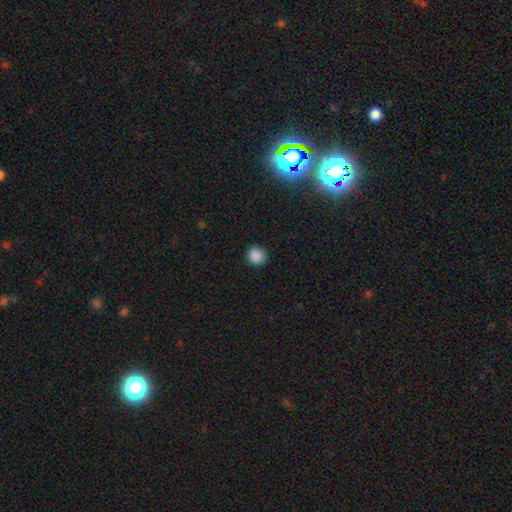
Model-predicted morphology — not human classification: Smooth or featured? smooth (88%)
How rounded? round (88%)
Merging? none (89%)